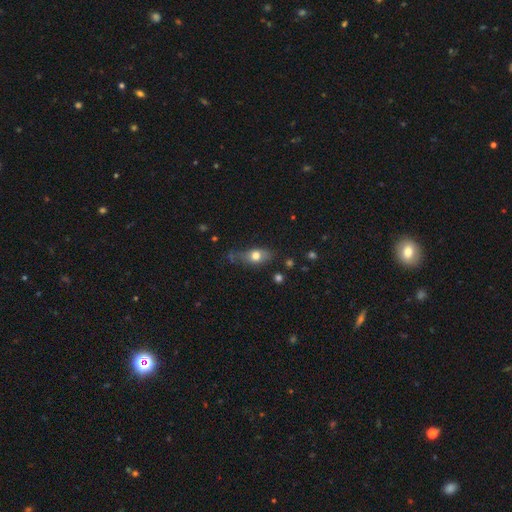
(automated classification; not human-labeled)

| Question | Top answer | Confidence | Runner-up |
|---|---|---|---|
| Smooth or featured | smooth | 68% | featured or disk (23%) |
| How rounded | in between | 74% | round (15%) |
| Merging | none | 52% | minor disturbance (31%) |